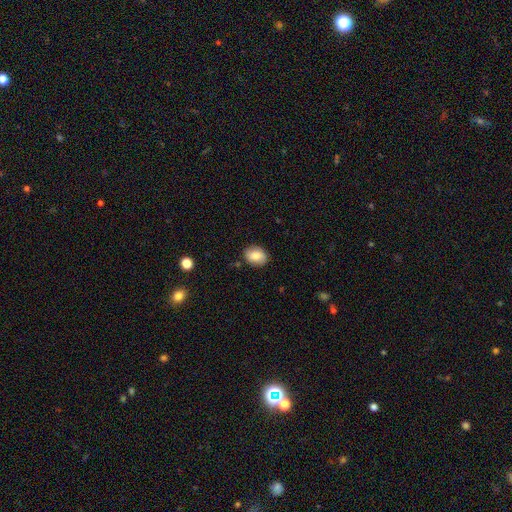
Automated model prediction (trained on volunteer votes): The model was most divided on "how rounded": in between: 64%, round: 34%, cigar-shaped: 1%. More confident: merging — none (86%); smooth or featured — smooth (81%).